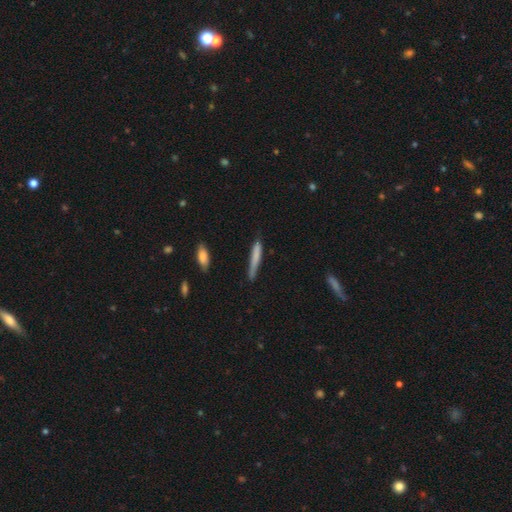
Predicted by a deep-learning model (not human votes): A smooth galaxy with no disk features (73%) that is cigar-shaped (92%). Merging: none (66%).